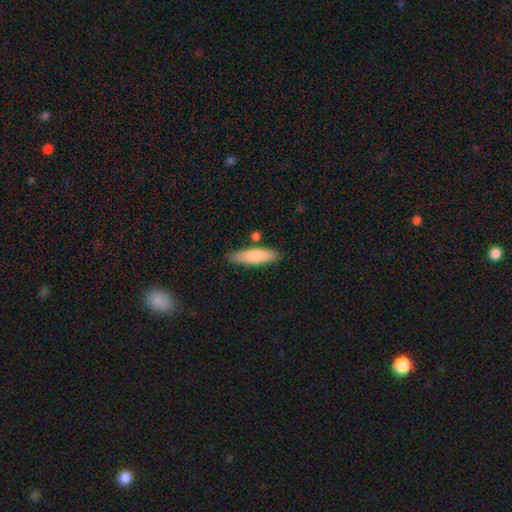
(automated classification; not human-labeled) Morphology: type=smooth (81%); roundness=cigar-shaped (63%); merging=none (80%).